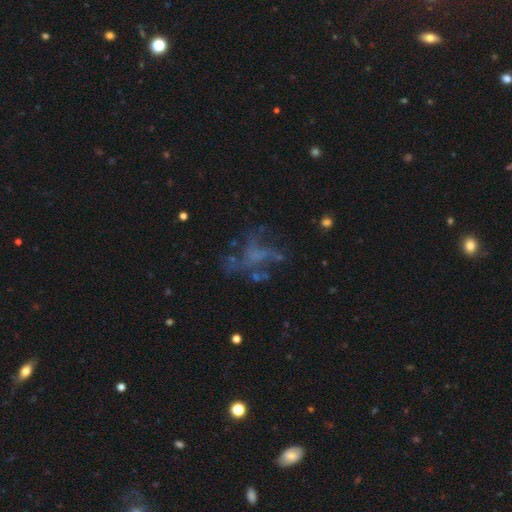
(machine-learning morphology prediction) The model was most divided on "merging": none: 48%, major disturbance: 32%, minor disturbance: 14%, merger: 6%. More confident: edge-on disk — no (96%); smooth or featured — featured or disk (51%).